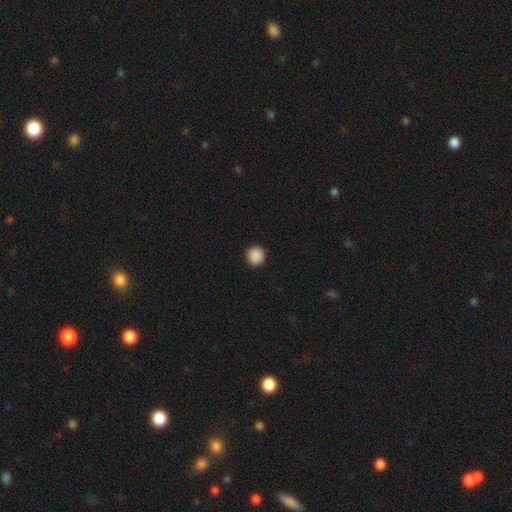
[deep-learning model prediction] Morphology: type=smooth (89%); roundness=round (94%); merging=none (93%).